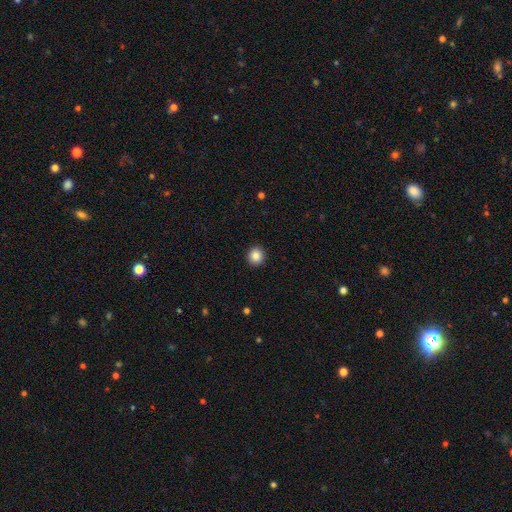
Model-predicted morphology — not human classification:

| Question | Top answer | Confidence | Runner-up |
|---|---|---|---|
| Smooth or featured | smooth | 86% | star or artifact (10%) |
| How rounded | round | 91% | in between (8%) |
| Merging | none | 93% | minor disturbance (5%) |